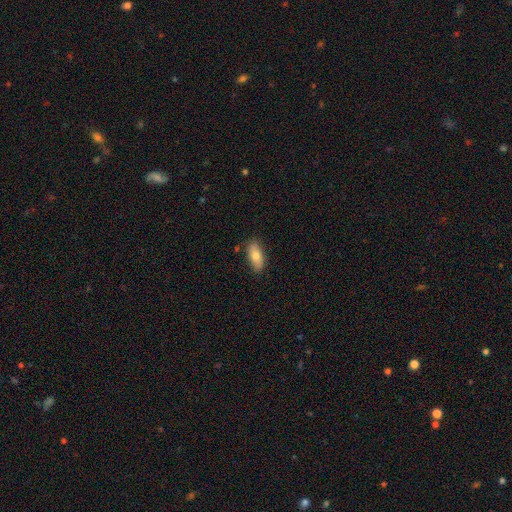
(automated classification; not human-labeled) Q: Smooth or featured?
A: smooth (74%); runner-up: featured or disk (19%)
Q: How rounded?
A: in between (84%); runner-up: cigar-shaped (13%)
Q: Merging?
A: none (83%); runner-up: minor disturbance (13%)